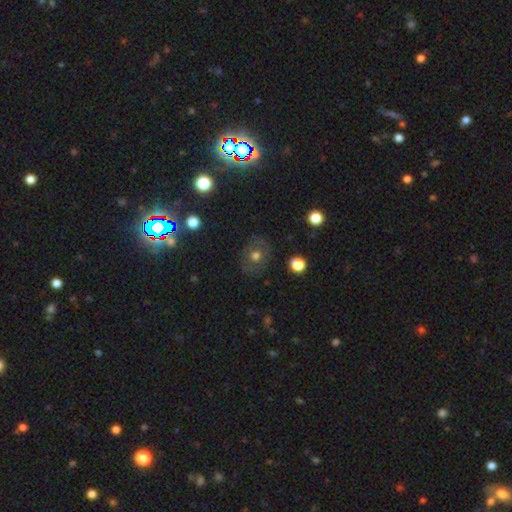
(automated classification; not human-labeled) Overall: smooth (60%; featured or disk 26%). How rounded: round (64%; in between 35%). Merging: none (81%).